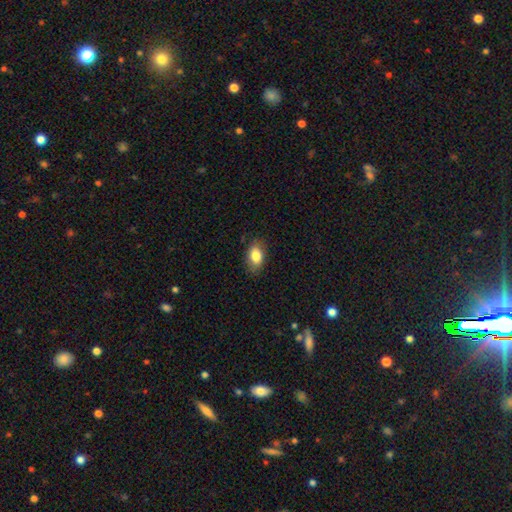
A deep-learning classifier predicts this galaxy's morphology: Smooth or featured: smooth — 83% (featured or disk — 9%)
How rounded: in between — 88% (round — 10%)
Merging: none — 82% (minor disturbance — 14%)